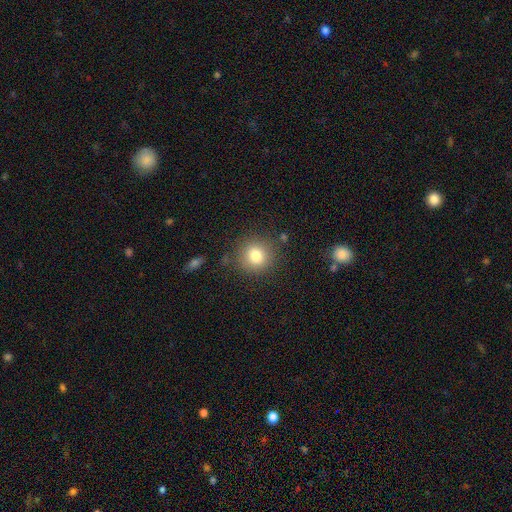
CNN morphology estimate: Smooth or featured?
  - smooth: 81% *
  - star or artifact: 11%
  - featured or disk: 8%
How rounded?
  - round: 90% *
  - in between: 9%
  - cigar-shaped: 1%
Merging?
  - none: 84% *
  - minor disturbance: 10%
  - major disturbance: 4%
  - merger: 3%